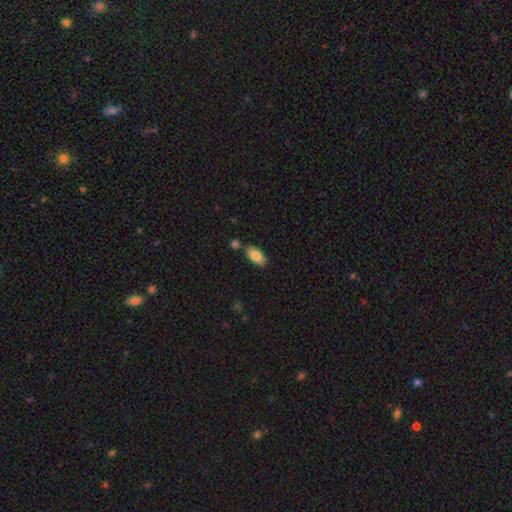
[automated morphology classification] A smooth galaxy with no disk features (83%) that is in between round and cigar-shaped (93%).

Vote fractions:
- Smooth or featured? smooth: 83% / featured or disk: 10% / star or artifact: 7%
- How rounded? in between: 93% / cigar-shaped: 4% / round: 3%
- Merging? none: 79% / minor disturbance: 11% / merger: 7% / major disturbance: 2%